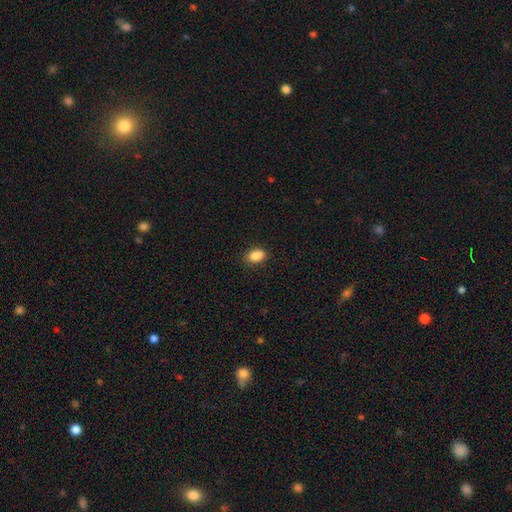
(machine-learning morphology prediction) This is clearly a smooth galaxy (87%). How rounded: clearly in between (80%). Merging: likely none (78%).